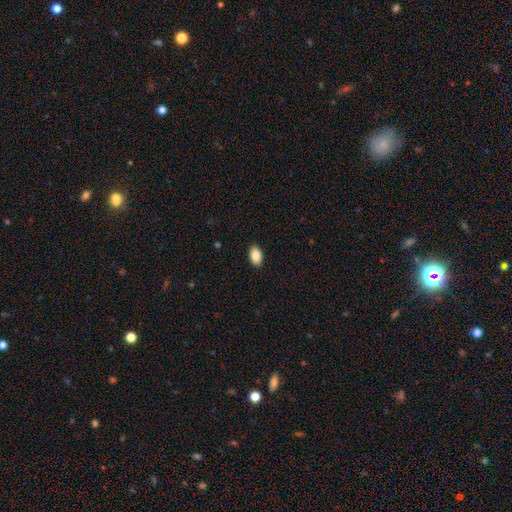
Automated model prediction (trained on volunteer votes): smooth_or_featured: smooth (p=0.88) [alt: star or artifact p=0.07]
how_rounded: in between (p=0.93) [alt: round p=0.05]
merging: none (p=0.90) [alt: minor disturbance p=0.07]